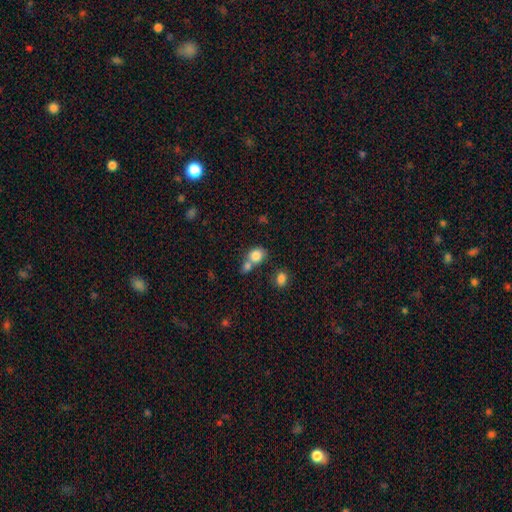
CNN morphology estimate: A smooth galaxy with no disk features (82%) that is round (60%). Merging: merger (49%).